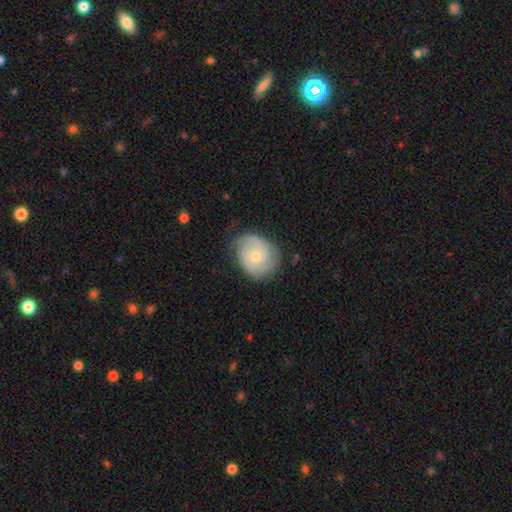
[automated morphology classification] Smooth or featured? Predicted: featured or disk (p=0.69). Edge-on disk? Predicted: no (p=0.97). Bar? Predicted: no (p=0.72). Spiral arms? Predicted: yes (p=0.92). Spiral winding? Predicted: tight (p=0.51). Spiral arm count? Predicted: 2 (p=0.48). Bulge size? Predicted: moderate (p=0.48, tied with small). Merging? Predicted: none (p=0.71).